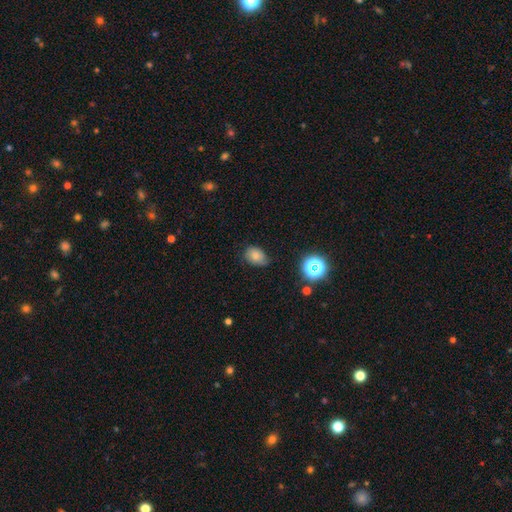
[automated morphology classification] Q: Smooth or featured?
A: smooth (75%); runner-up: star or artifact (13%)
Q: How rounded?
A: in between (74%); runner-up: round (24%)
Q: Merging?
A: none (61%); runner-up: minor disturbance (31%)